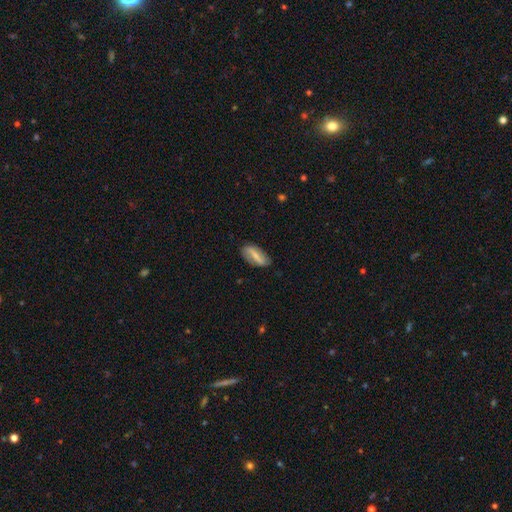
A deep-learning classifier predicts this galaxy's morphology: The model was most divided on "smooth or featured": featured or disk: 47%, smooth: 46%, star or artifact: 7%. More confident: merging — none (80%).